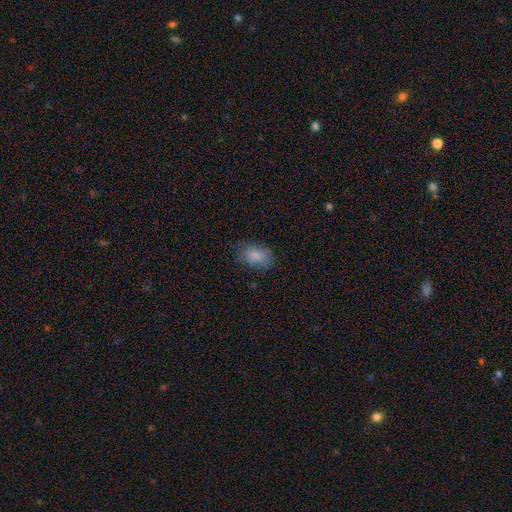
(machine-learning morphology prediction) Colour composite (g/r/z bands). It shows a smooth galaxy with no disk features (84%) that is in between round and cigar-shaped (84%). Merging: none (74%).